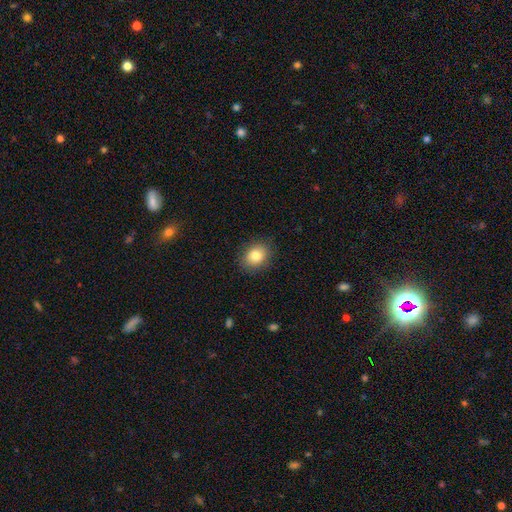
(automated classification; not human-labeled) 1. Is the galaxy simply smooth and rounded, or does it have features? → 82% smooth, 9% star or artifact, 9% featured or disk.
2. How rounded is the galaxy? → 52% in between, 47% round, 1% cigar-shaped.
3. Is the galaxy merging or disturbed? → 88% none, 9% minor disturbance, 2% major disturbance, 1% merger.